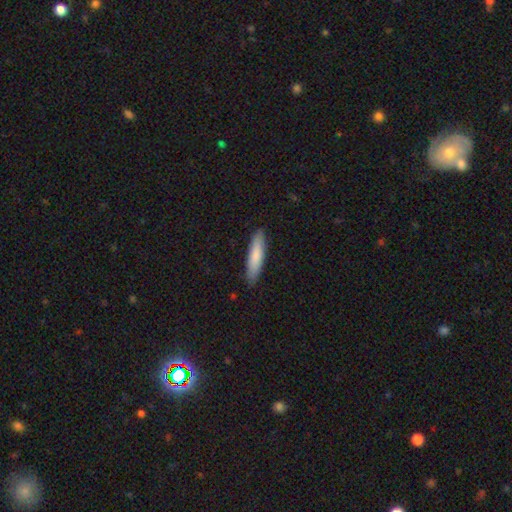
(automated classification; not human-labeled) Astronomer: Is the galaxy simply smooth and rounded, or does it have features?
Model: smooth — 81%.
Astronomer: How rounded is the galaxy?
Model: cigar-shaped — 80%.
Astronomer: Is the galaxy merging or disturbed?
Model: none — 88%.